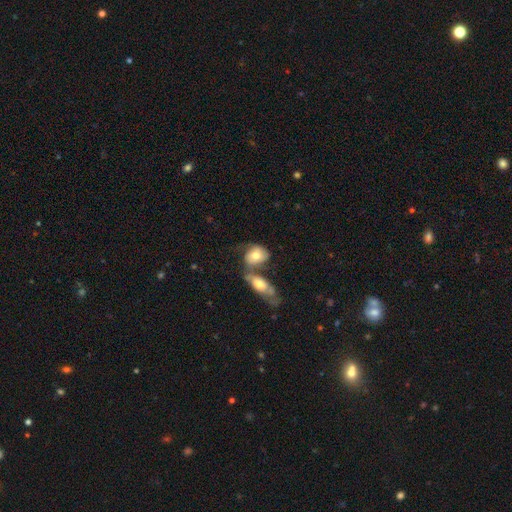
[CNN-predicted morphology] A smooth galaxy with no disk features (57%) that is in between round and cigar-shaped (65%). Merging: merger (53%).